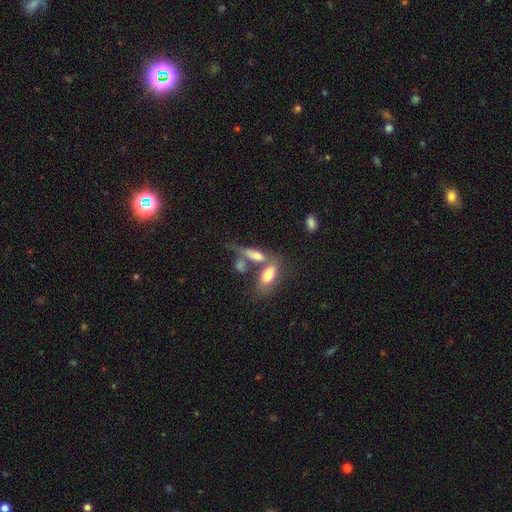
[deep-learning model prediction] Smooth or featured? smooth (67%)
How rounded? in between (68%)
Merging? merger (44%)